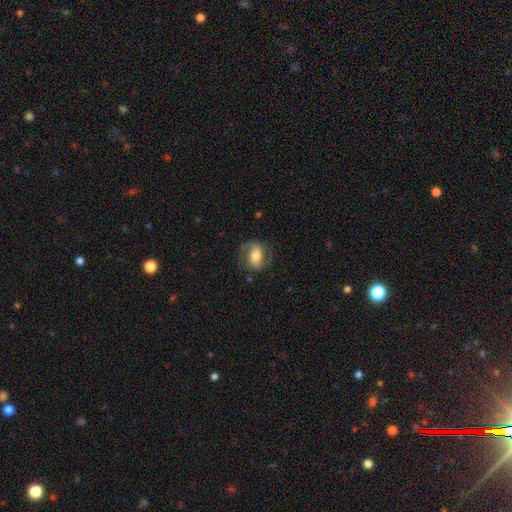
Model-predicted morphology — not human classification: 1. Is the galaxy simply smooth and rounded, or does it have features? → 64% featured or disk, 29% smooth, 7% star or artifact.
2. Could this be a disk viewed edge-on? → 96% no, 4% yes.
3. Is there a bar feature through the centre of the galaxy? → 38% weak, 37% no, 25% strong.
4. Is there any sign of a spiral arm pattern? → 89% yes, 11% no.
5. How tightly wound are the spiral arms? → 47% medium, 33% loose, 20% tight.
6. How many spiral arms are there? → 84% 2, 8% 1, 6% can't tell, 1% 3, 1% 4, 1% more than 4.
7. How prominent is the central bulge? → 61% moderate, 20% small, 14% large, 2% none, 2% dominant.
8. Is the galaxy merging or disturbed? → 72% none, 17% minor disturbance, 10% major disturbance, 1% merger.